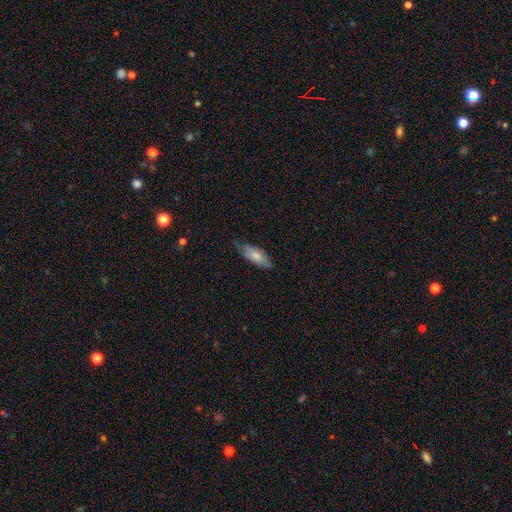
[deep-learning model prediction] smooth_or_featured: smooth (p=0.73) [alt: featured or disk p=0.21]
how_rounded: in between (p=0.72) [alt: cigar-shaped p=0.26]
merging: none (p=0.61) [alt: minor disturbance p=0.31]